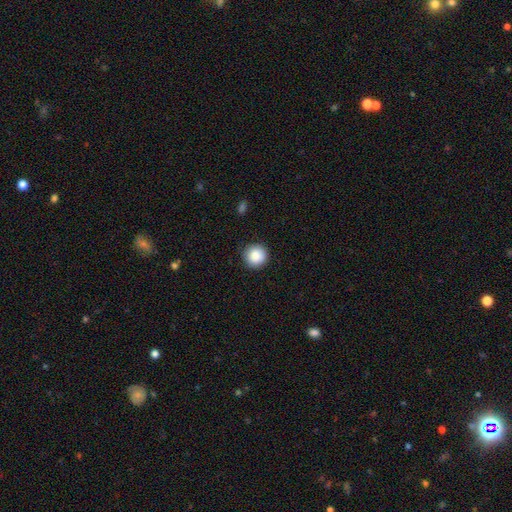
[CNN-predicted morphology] This is clearly a smooth galaxy (87%). How rounded: clearly round (95%). Merging: clearly none (90%).